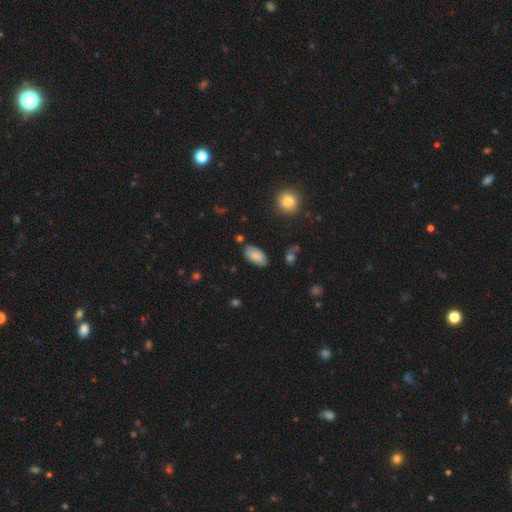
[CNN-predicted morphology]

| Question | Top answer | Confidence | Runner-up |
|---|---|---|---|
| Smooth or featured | smooth | 84% | featured or disk (8%) |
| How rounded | in between | 94% | cigar-shaped (3%) |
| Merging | none | 81% | minor disturbance (13%) |